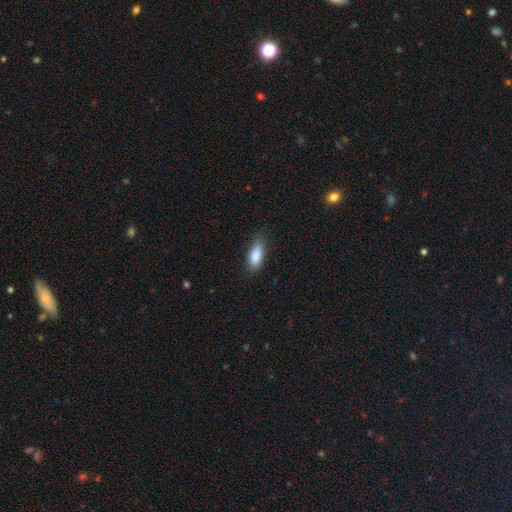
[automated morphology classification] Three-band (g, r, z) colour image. It shows a smooth galaxy with no disk features (86%) that is in between round and cigar-shaped (77%). Merging: none (72%).